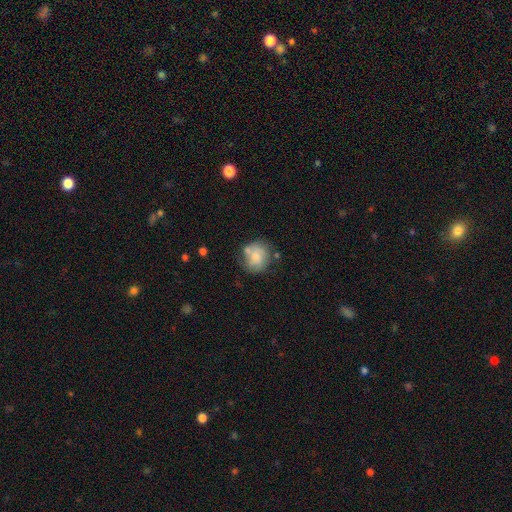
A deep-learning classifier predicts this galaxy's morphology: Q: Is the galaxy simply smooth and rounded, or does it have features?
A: smooth — 67%.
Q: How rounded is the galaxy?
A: round — 74%.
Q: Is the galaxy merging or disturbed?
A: none — 52%.